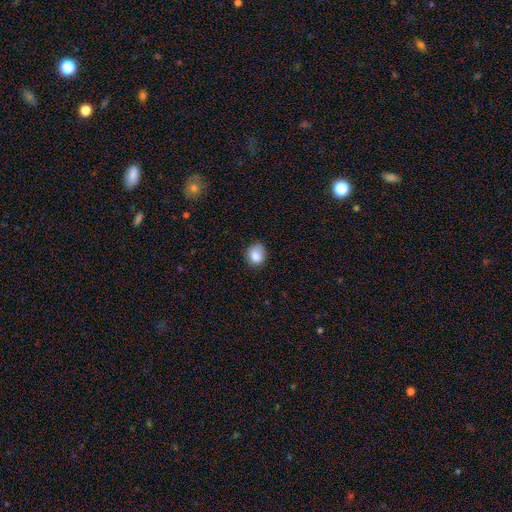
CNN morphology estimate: The model was most divided on "how rounded": round: 66%, in between: 33%, cigar-shaped: 1%. More confident: smooth or featured — smooth (85%); merging — none (67%).